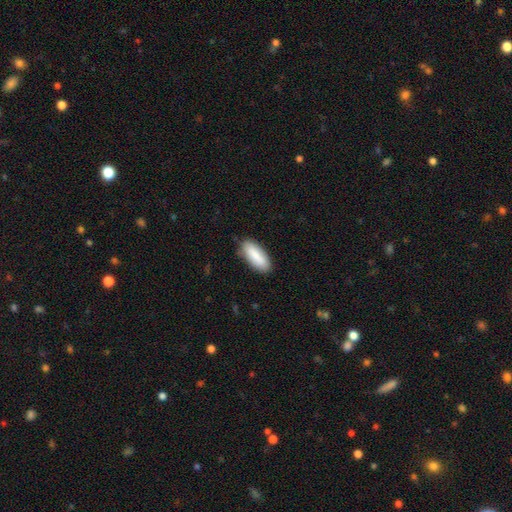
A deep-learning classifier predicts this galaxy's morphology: Smooth or featured? smooth (86%)
How rounded? in between (74%)
Merging? none (84%)